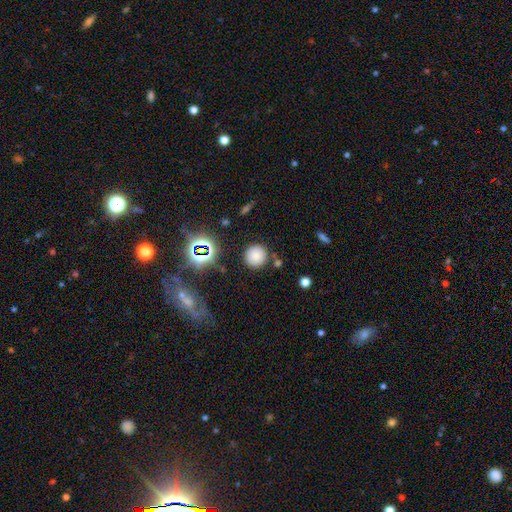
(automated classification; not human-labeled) Smooth or featured? smooth (77%)
How rounded? round (93%)
Merging? none (85%)